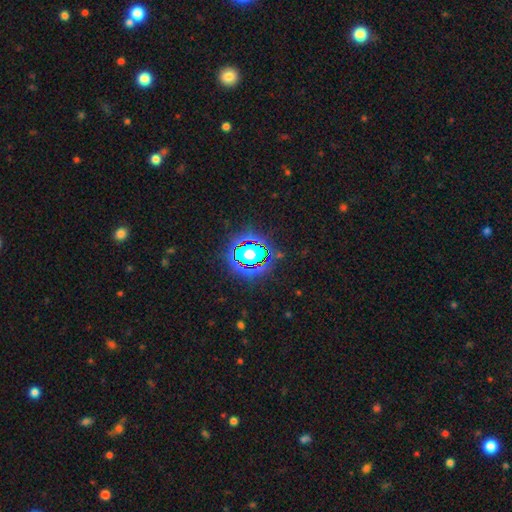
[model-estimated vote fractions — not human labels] This is likely a star or artifact rather than a galaxy (79%).